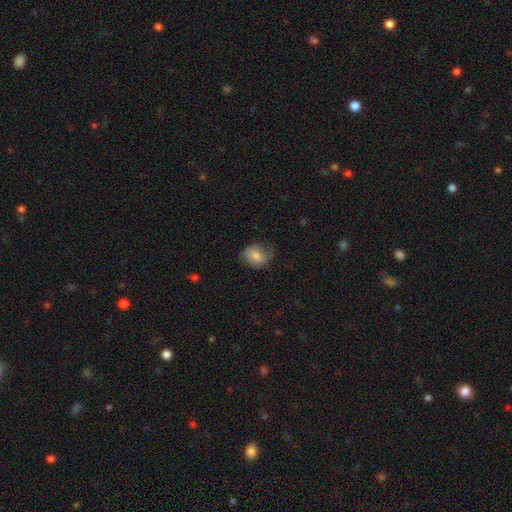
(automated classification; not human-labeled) Overall: smooth (72%). How rounded: in between (51%; round 47%). Merging: none (61%; minor disturbance 28%).